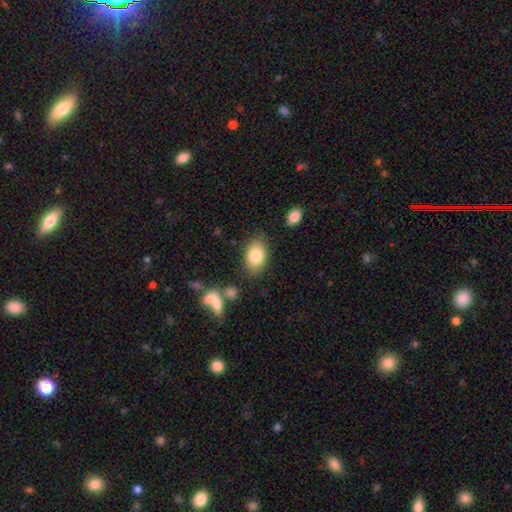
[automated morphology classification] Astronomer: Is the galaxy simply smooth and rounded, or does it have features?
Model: smooth — 82%.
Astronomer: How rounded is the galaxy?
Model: in between — 89%.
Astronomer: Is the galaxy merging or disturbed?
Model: none — 79%.